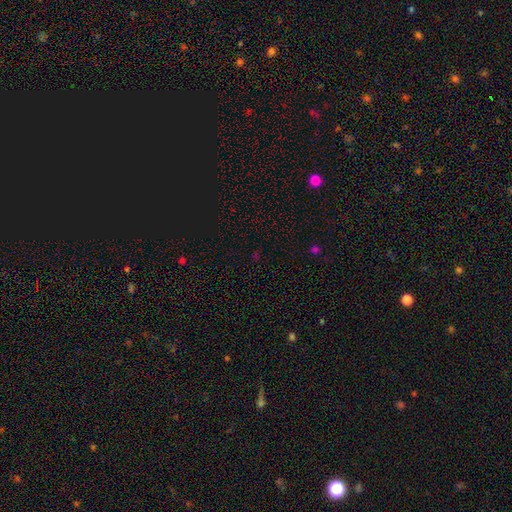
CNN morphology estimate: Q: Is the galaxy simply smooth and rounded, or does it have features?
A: star or artifact — 66%.